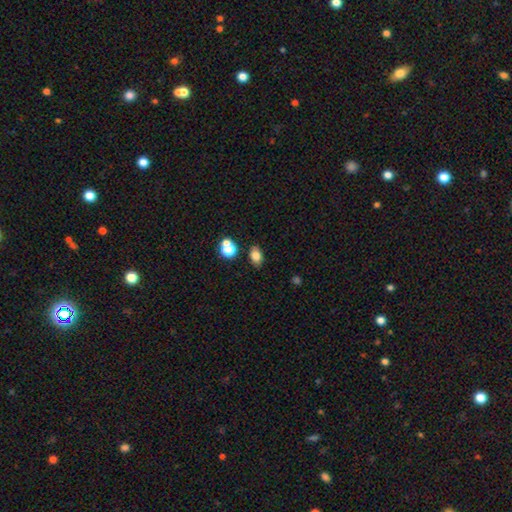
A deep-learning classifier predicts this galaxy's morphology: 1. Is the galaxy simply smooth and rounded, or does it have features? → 80% smooth, 12% star or artifact, 8% featured or disk.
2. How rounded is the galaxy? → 78% in between, 20% round, 2% cigar-shaped.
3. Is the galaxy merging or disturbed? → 80% none, 10% minor disturbance, 7% merger, 3% major disturbance.